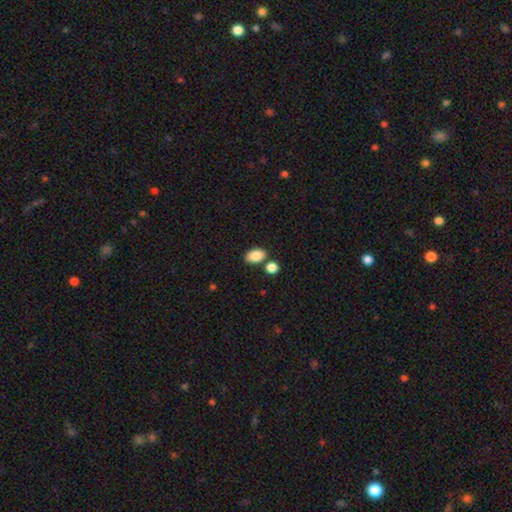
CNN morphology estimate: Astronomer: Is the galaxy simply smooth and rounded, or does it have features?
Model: smooth — 87%.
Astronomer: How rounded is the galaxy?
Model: in between — 89%.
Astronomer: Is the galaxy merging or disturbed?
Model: none — 72%.